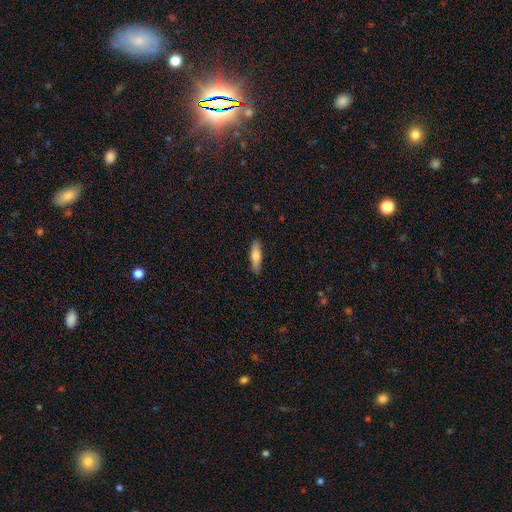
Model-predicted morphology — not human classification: The model was most divided on "how rounded": cigar-shaped: 65%, in between: 33%, round: 2%. More confident: merging — none (90%); smooth or featured — smooth (72%).